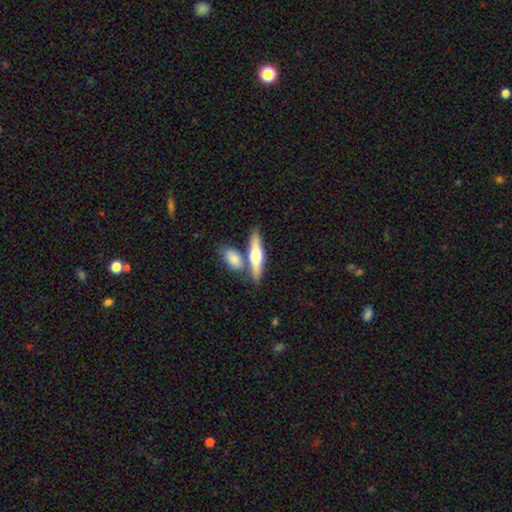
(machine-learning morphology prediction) Q: Smooth or featured?
A: smooth (49%); runner-up: featured or disk (46%)
Q: Merging?
A: none (61%); runner-up: merger (28%)